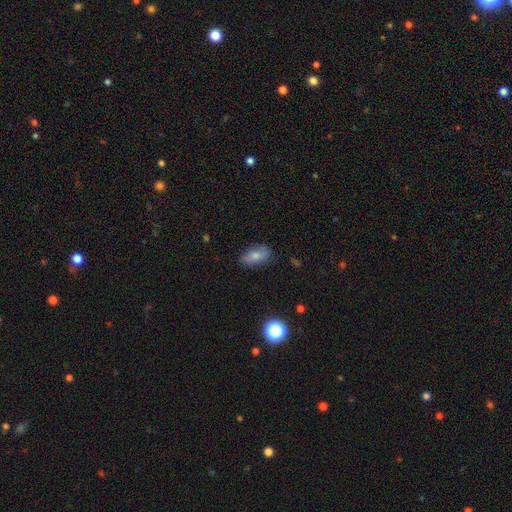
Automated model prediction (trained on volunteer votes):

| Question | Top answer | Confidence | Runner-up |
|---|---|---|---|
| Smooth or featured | smooth | 72% | featured or disk (19%) |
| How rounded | in between | 90% | round (7%) |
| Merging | none | 76% | minor disturbance (18%) |